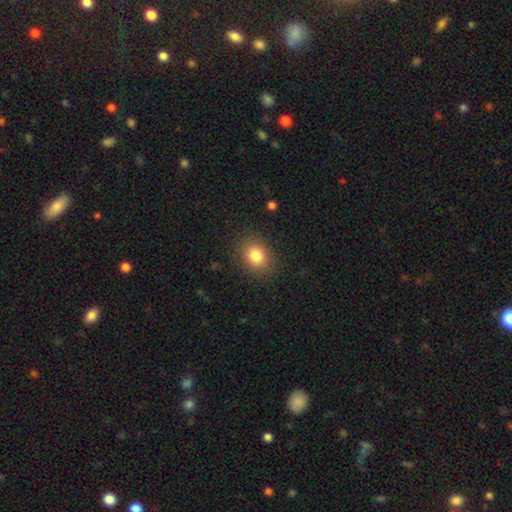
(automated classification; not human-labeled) A smooth galaxy with no disk features (83%) that is in between round and cigar-shaped (52%). Merging: none (86%).